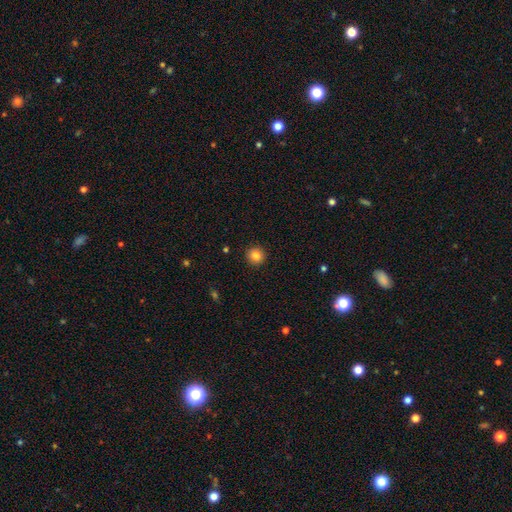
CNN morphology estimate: type=smooth (85%); roundness=round (94%); merging=none (92%).